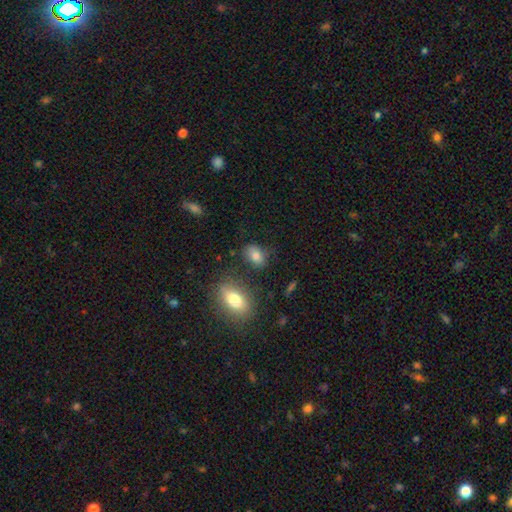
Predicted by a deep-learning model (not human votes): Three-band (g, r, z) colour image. It shows a smooth galaxy with no disk features (79%) that is in between round and cigar-shaped (82%). Merging: none (69%).